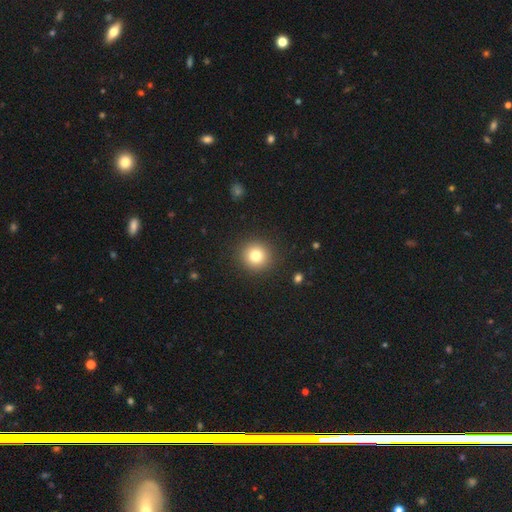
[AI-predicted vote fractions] This is likely a smooth galaxy (80%). How rounded: clearly round (94%). Merging: clearly none (92%).